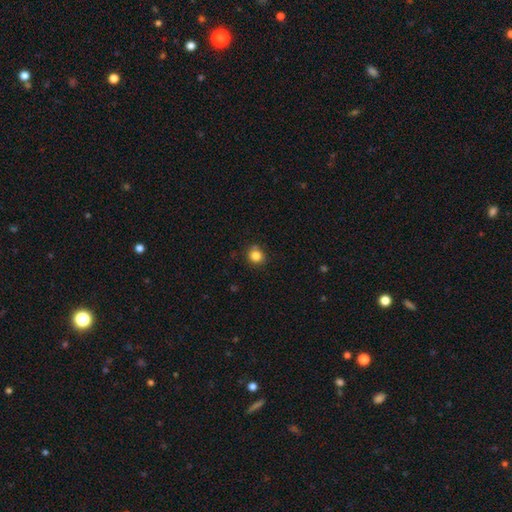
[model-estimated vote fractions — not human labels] Overall: smooth (83%). How rounded: round (86%). Merging: none (81%).